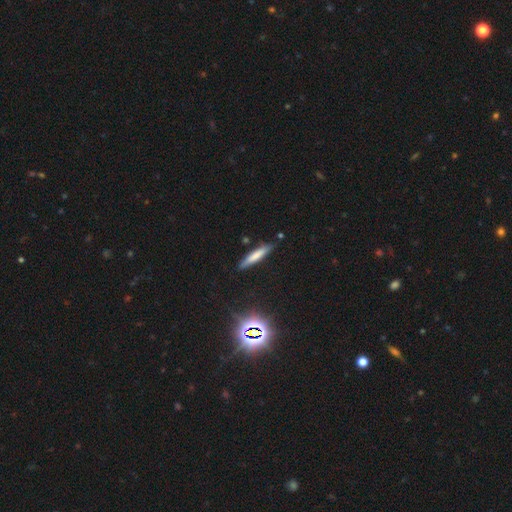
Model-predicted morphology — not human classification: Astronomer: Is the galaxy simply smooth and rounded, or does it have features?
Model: smooth — 66%.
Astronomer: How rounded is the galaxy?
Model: cigar-shaped — 89%.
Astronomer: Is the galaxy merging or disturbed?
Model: none — 84%.